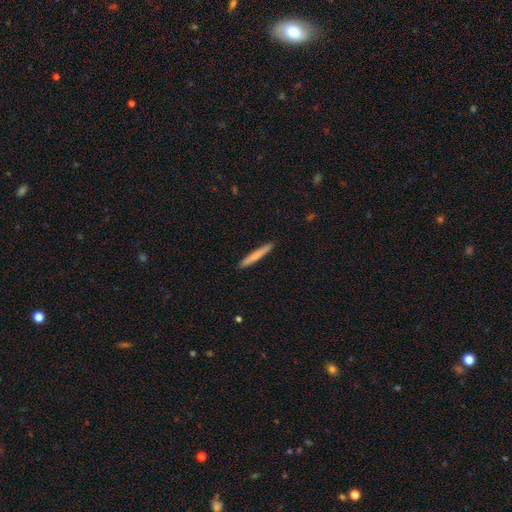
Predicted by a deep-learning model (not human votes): smooth-or-featured: smooth: 74% | featured or disk: 21% | star or artifact: 6%
  how-rounded: cigar-shaped: 96% | in between: 3% | round: 1%
  merging: none: 91% | minor disturbance: 6% | major disturbance: 1% | merger: 1%